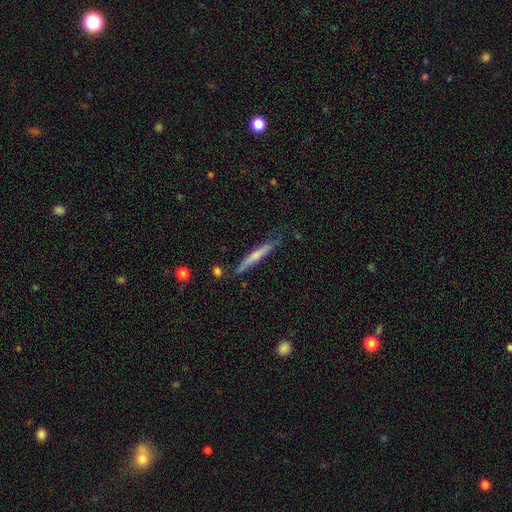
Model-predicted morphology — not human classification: Smooth or featured? smooth (52%)
How rounded? cigar-shaped (95%)
Merging? none (73%)